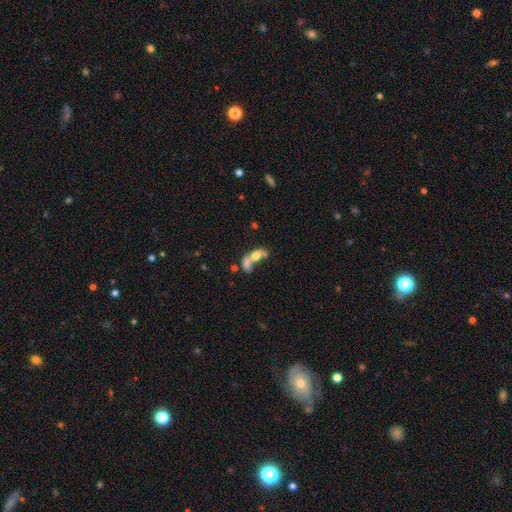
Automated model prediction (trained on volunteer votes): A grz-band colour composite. It shows a smooth galaxy with no disk features (60%) that is in between round and cigar-shaped (68%). Merging: merger (67%).